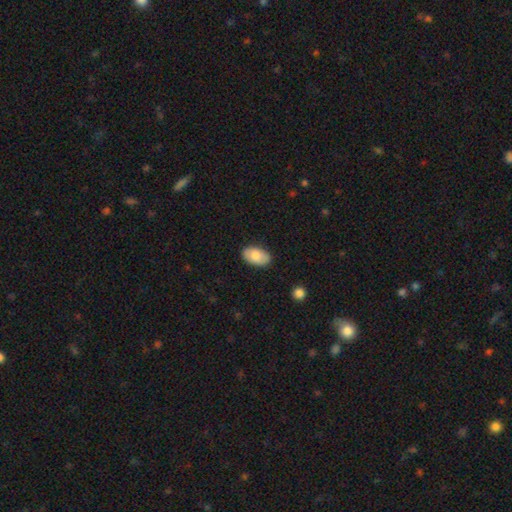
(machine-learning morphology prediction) This is clearly a smooth galaxy (82%). How rounded: clearly in between (94%). Merging: clearly none (85%).